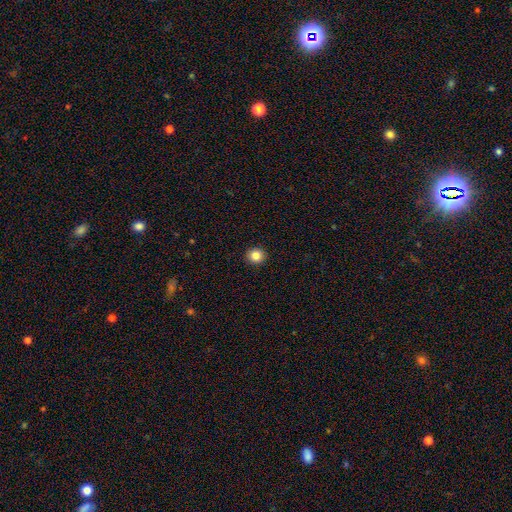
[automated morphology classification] A smooth galaxy with no disk features (84%) that is round (89%). Merging: none (94%).